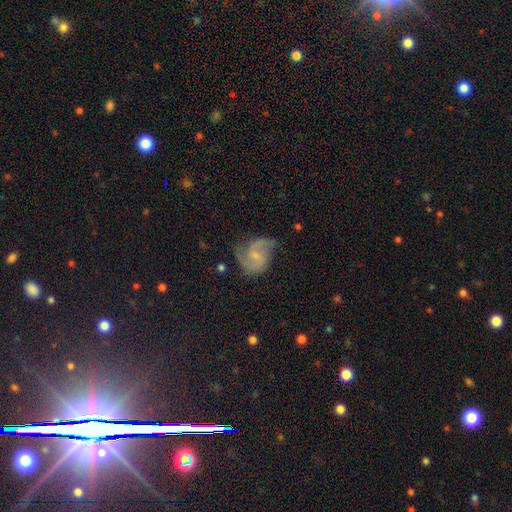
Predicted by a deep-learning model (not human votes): Smooth or featured: featured or disk — 78% (smooth — 16%)
Edge-on disk: no — 98% (yes — 2%)
Bar: no — 50% (weak — 42%)
Spiral arms: yes — 94% (no — 6%)
Spiral winding: medium — 48% (loose — 34%)
Spiral arm count: 2 — 82% (can't tell — 7%)
Bulge size: small — 64% (moderate — 22%)
Merging: none — 57% (minor disturbance — 26%)